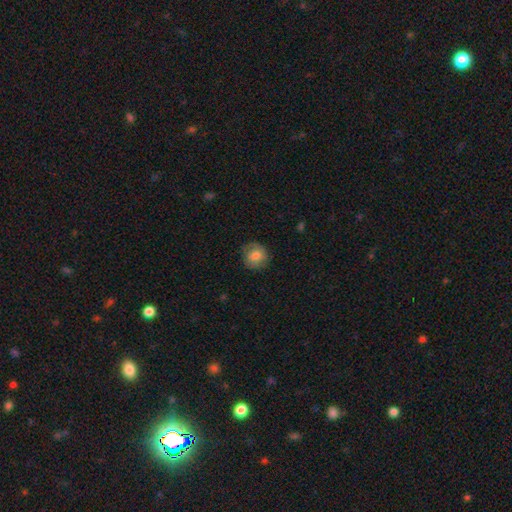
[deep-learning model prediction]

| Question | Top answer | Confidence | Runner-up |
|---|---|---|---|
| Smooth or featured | smooth | 71% | featured or disk (21%) |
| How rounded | round | 87% | in between (12%) |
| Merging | none | 80% | minor disturbance (14%) |